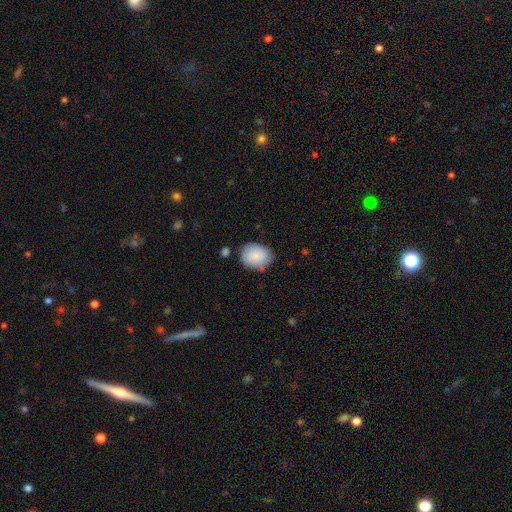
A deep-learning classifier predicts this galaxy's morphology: Q: Smooth or featured?
A: smooth (87%); runner-up: star or artifact (7%)
Q: How rounded?
A: in between (53%); runner-up: round (46%)
Q: Merging?
A: none (72%); runner-up: minor disturbance (20%)